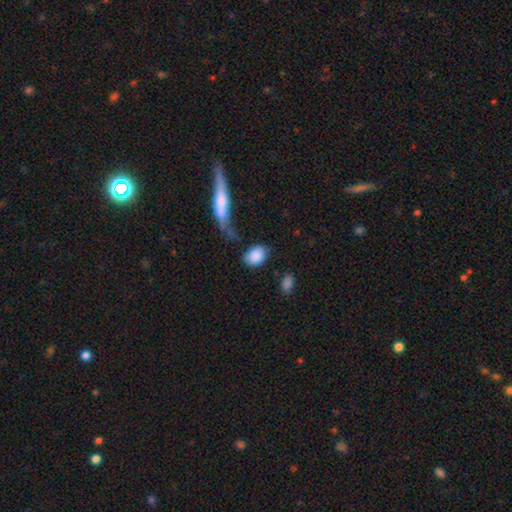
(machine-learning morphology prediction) Overall: smooth (86%). How rounded: in between (71%). Merging: none (59%; minor disturbance 22%).